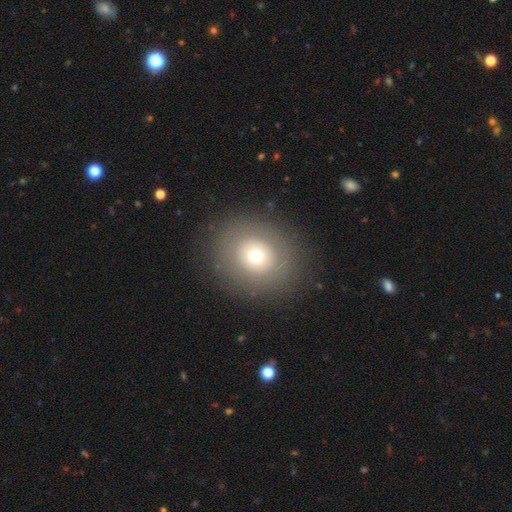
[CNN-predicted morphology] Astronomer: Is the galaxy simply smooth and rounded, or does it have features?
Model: smooth — 65%.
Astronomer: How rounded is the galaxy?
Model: round — 78%.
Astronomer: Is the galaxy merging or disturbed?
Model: none — 86%.